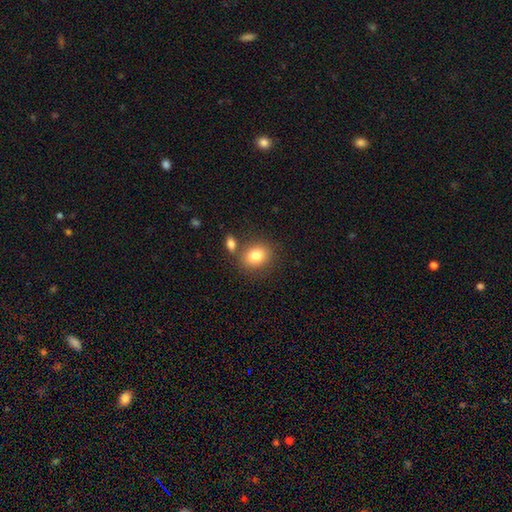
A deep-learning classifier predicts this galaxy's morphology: The model was most divided on "how rounded": round: 52%, in between: 47%, cigar-shaped: 1%. More confident: smooth or featured — smooth (81%); merging — none (70%).